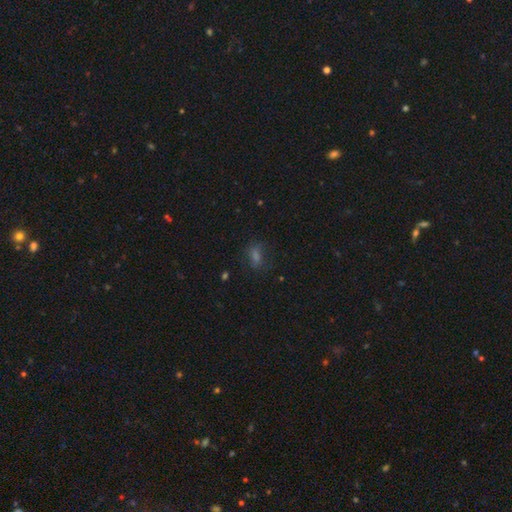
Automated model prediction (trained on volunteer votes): smooth-or-featured: smooth: 55% | star or artifact: 30% | featured or disk: 15%
  how-rounded: in between: 69% | round: 23% | cigar-shaped: 7%
  merging: none: 75% | minor disturbance: 16% | major disturbance: 8% | merger: 2%